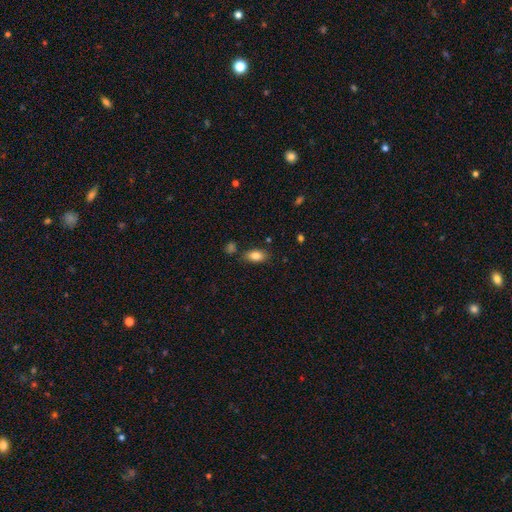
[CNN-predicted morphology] type=smooth (83%); roundness=in between (89%); merging=none (78%).